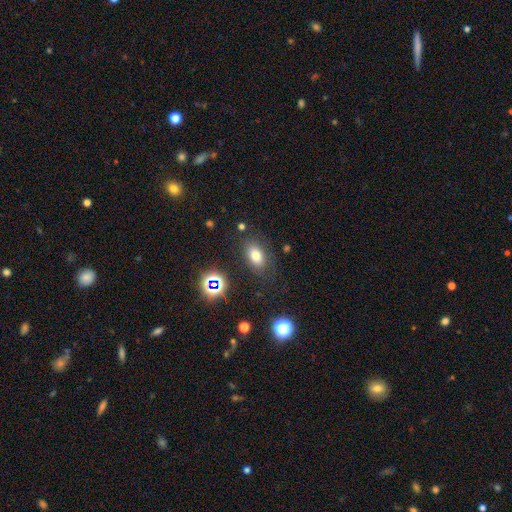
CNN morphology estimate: smooth_or_featured: smooth (p=0.71) [alt: star or artifact p=0.16]
how_rounded: in between (p=0.85) [alt: round p=0.13]
merging: none (p=0.80) [alt: minor disturbance p=0.13]